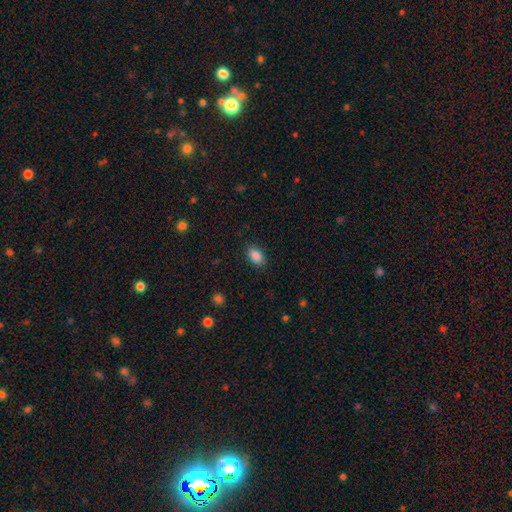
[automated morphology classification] This is clearly a smooth galaxy (87%). How rounded: clearly in between (88%). Merging: clearly none (87%).